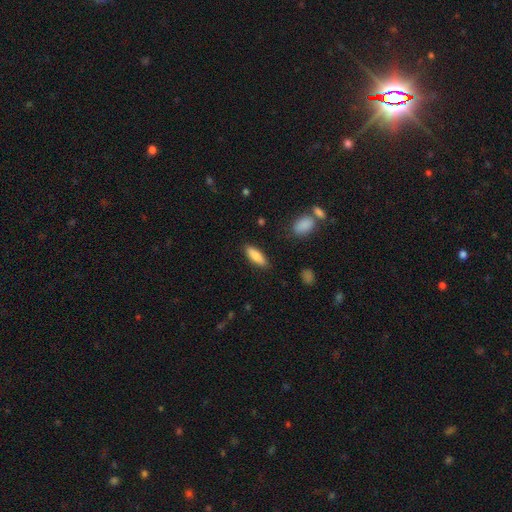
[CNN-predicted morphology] smooth_or_featured: smooth (p=0.83) [alt: featured or disk p=0.10]
how_rounded: in between (p=0.53) [alt: cigar-shaped p=0.45]
merging: none (p=0.86) [alt: minor disturbance p=0.10]